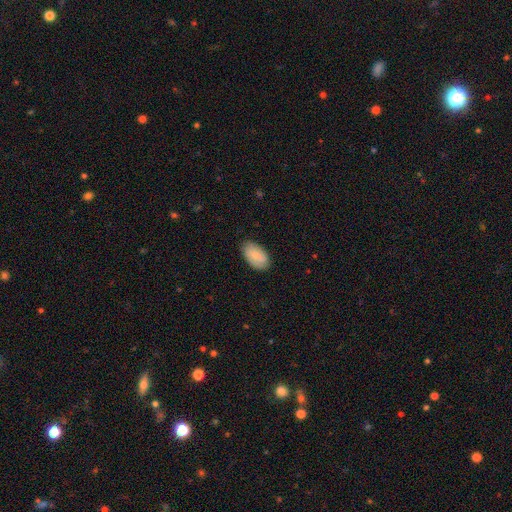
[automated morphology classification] Q: Smooth or featured?
A: smooth (82%); runner-up: featured or disk (12%)
Q: How rounded?
A: in between (94%); runner-up: round (4%)
Q: Merging?
A: none (85%); runner-up: minor disturbance (12%)